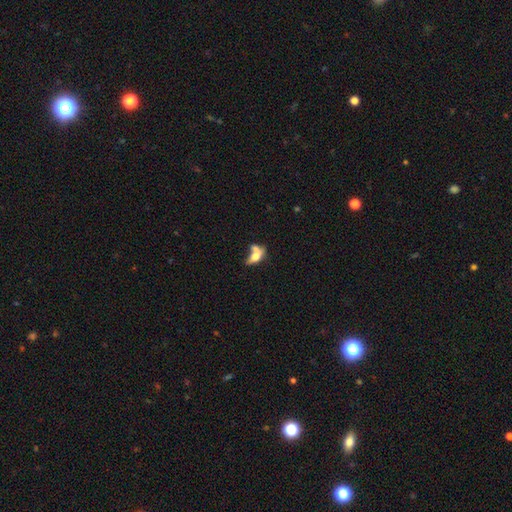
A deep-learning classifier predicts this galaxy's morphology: This is possibly a smooth galaxy (59%). How rounded: likely in between (73%). Merging: possibly merger (51%).